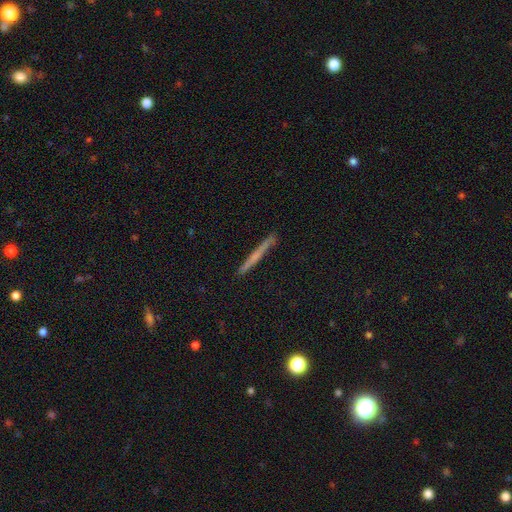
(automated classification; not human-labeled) Q: Smooth or featured?
A: featured or disk (50%); runner-up: smooth (42%)
Q: Edge-on disk?
A: yes (97%); runner-up: no (3%)
Q: Merging?
A: none (89%); runner-up: minor disturbance (8%)